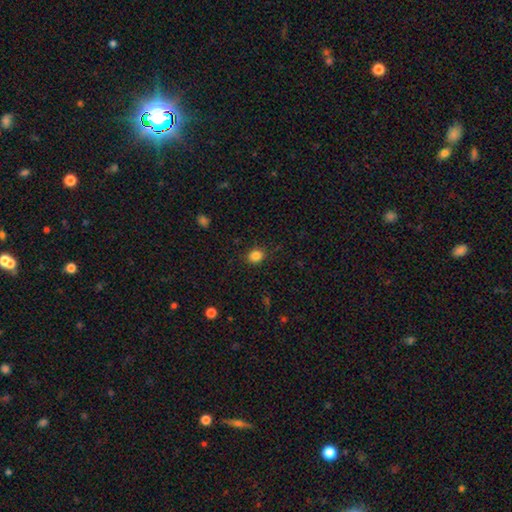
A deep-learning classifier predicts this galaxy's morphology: smooth-or-featured: smooth: 84% | star or artifact: 12% | featured or disk: 4%
  how-rounded: round: 73% | in between: 26% | cigar-shaped: 1%
  merging: none: 88% | minor disturbance: 8% | major disturbance: 2% | merger: 1%